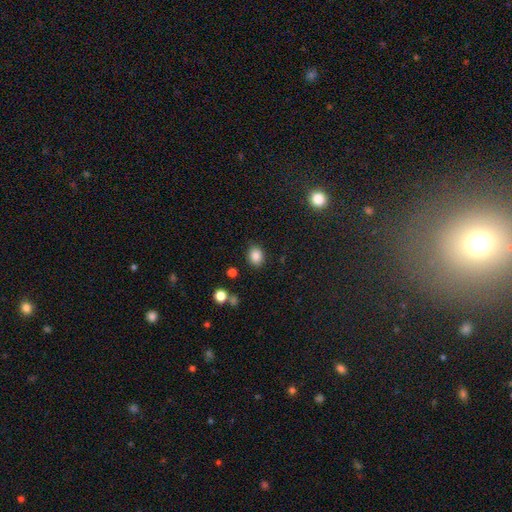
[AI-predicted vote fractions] smooth 86%, star or artifact 10%, featured or disk 4%. Down the decision tree: how rounded — in between (51%); merging — none (85%).